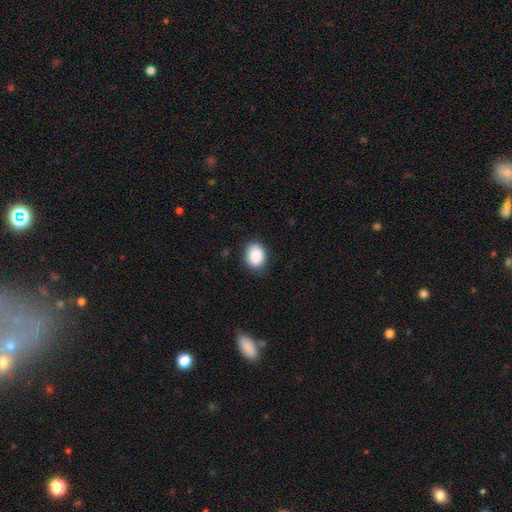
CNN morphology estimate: Smooth or featured?
  - smooth: 88% *
  - star or artifact: 7%
  - featured or disk: 4%
How rounded?
  - in between: 63% *
  - round: 36%
  - cigar-shaped: 1%
Merging?
  - none: 82% *
  - minor disturbance: 14%
  - major disturbance: 3%
  - merger: 1%